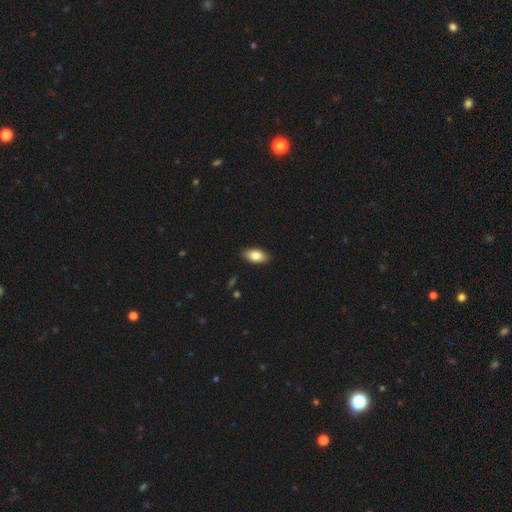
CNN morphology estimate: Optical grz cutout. It shows a smooth galaxy with no disk features (83%) that is in between round and cigar-shaped (92%). Merging: none (89%).